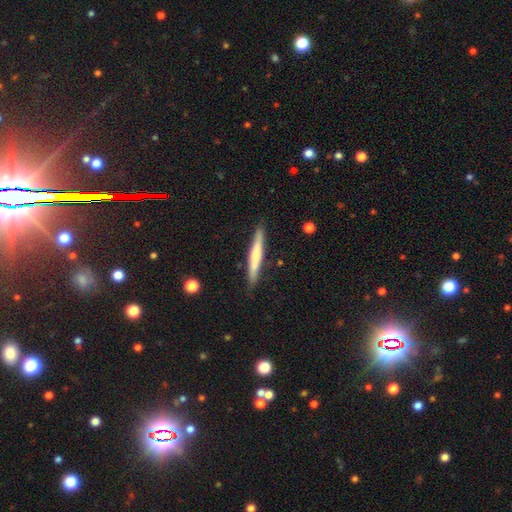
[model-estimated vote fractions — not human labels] Smooth or featured? smooth (57%)
How rounded? cigar-shaped (95%)
Merging? none (87%)